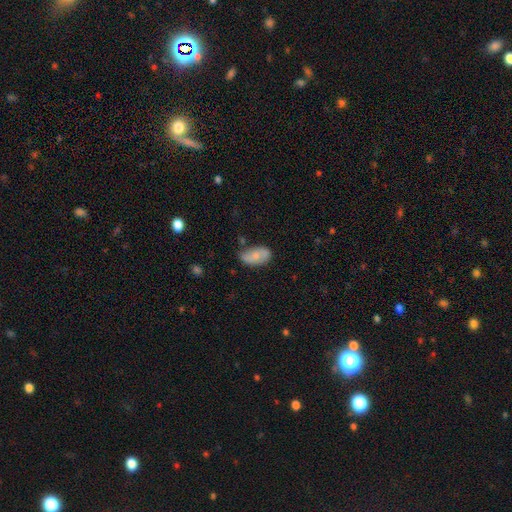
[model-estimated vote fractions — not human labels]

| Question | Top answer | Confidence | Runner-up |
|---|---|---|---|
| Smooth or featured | smooth | 69% | featured or disk (24%) |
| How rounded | in between | 93% | round (4%) |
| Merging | none | 63% | minor disturbance (26%) |